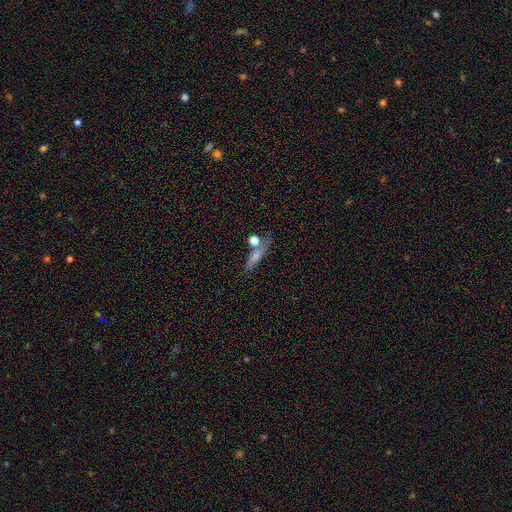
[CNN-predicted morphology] Smooth or featured? smooth (51%)
How rounded? cigar-shaped (68%)
Merging? none (61%)